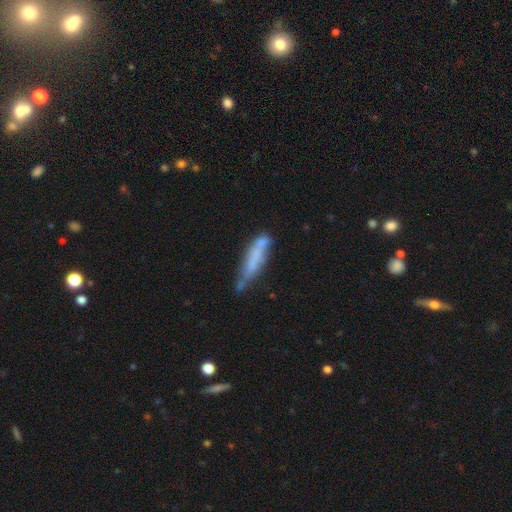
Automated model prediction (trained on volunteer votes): This is possibly a smooth galaxy (54%). How rounded: clearly cigar-shaped (83%). Merging: possibly none (47%).